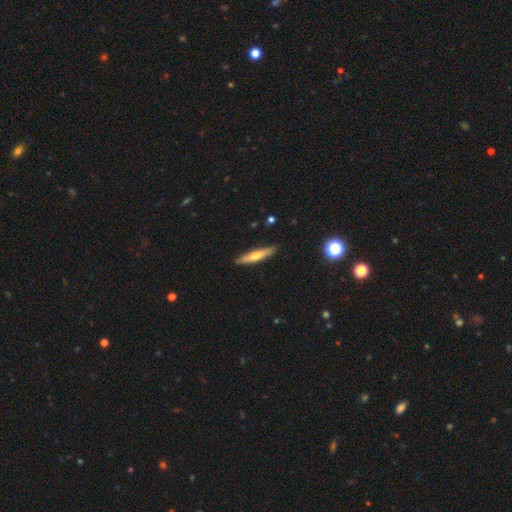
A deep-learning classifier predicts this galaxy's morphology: Smooth or featured?
  - smooth: 54% *
  - featured or disk: 40%
  - star or artifact: 6%
How rounded?
  - cigar-shaped: 89% *
  - in between: 10%
  - round: 1%
Merging?
  - none: 88% *
  - minor disturbance: 9%
  - major disturbance: 2%
  - merger: 1%